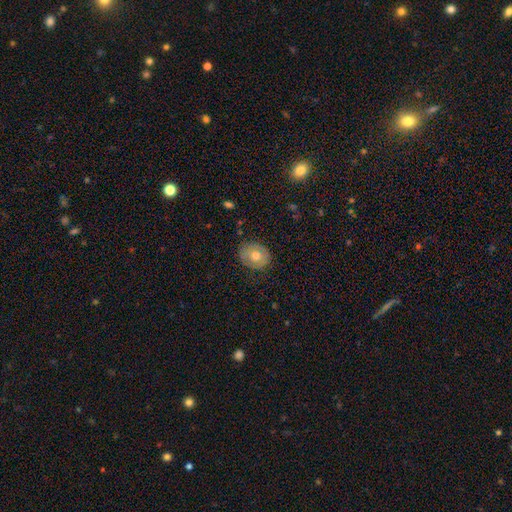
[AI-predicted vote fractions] A smooth galaxy with no disk features (58%) that is round (65%).

Vote fractions:
- Smooth or featured? smooth: 58% / featured or disk: 34% / star or artifact: 9%
- How rounded? round: 65% / in between: 34% / cigar-shaped: 1%
- Merging? none: 82% / minor disturbance: 14% / major disturbance: 4% / merger: 1%